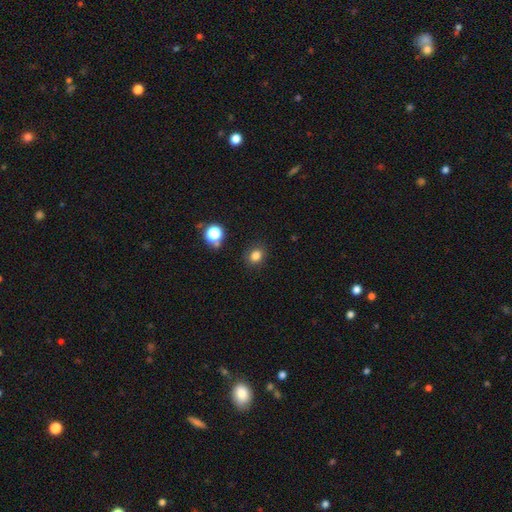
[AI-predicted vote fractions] A smooth galaxy with no disk features (81%) that is round (59%).

Vote fractions:
- Smooth or featured? smooth: 81% / star or artifact: 14% / featured or disk: 5%
- How rounded? round: 59% / in between: 40% / cigar-shaped: 1%
- Merging? none: 86% / minor disturbance: 9% / major disturbance: 3% / merger: 2%